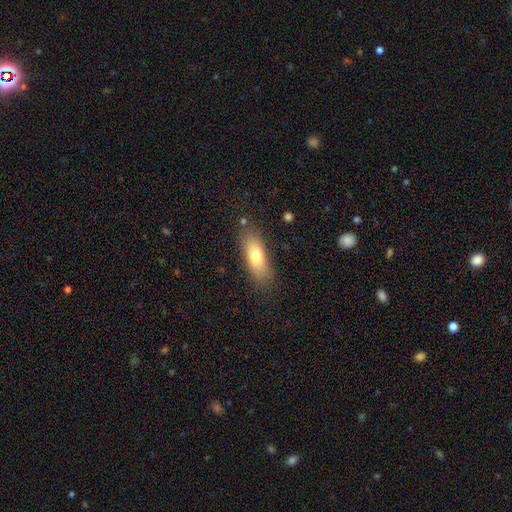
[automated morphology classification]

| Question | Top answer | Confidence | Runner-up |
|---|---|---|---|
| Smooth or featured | smooth | 73% | featured or disk (19%) |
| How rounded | in between | 63% | cigar-shaped (34%) |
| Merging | none | 80% | minor disturbance (14%) |